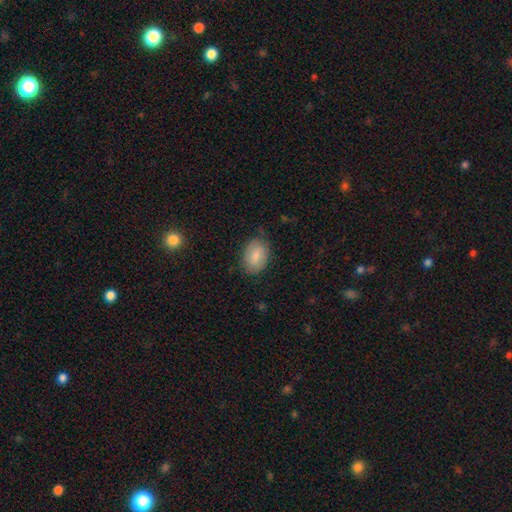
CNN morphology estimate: Smooth or featured? Predicted: smooth (p=0.85). How rounded? Predicted: in between (p=0.84). Merging? Predicted: none (p=0.77).